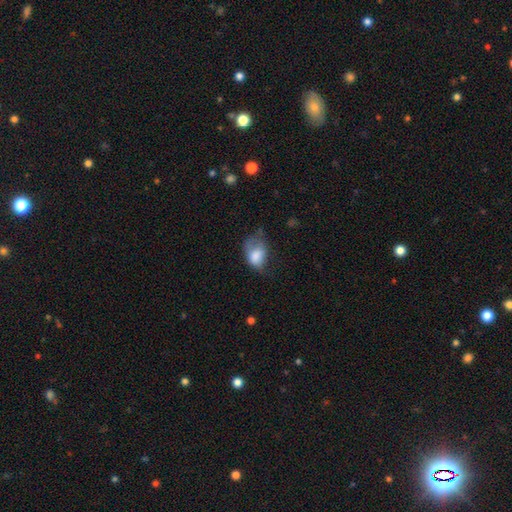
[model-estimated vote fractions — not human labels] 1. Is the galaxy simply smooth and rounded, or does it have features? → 77% smooth, 15% featured or disk, 8% star or artifact.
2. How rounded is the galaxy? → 80% in between, 19% round, 1% cigar-shaped.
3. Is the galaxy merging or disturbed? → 38% minor disturbance, 34% major disturbance, 25% none, 3% merger.